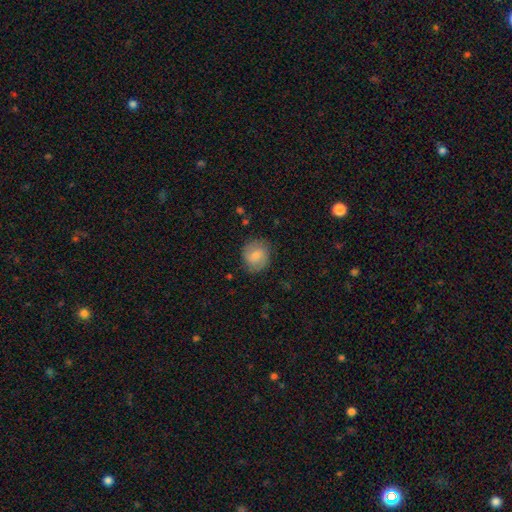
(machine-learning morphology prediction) Smooth or featured? smooth (78%)
How rounded? round (80%)
Merging? none (79%)